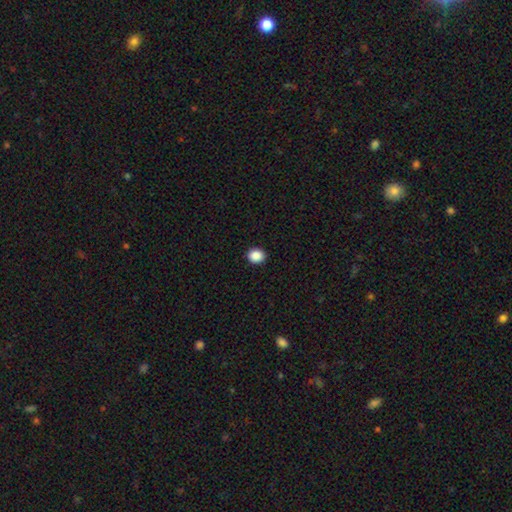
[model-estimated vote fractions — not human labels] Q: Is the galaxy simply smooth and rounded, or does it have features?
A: smooth — 89%.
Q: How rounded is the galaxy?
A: round — 71%.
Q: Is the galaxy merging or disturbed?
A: none — 92%.